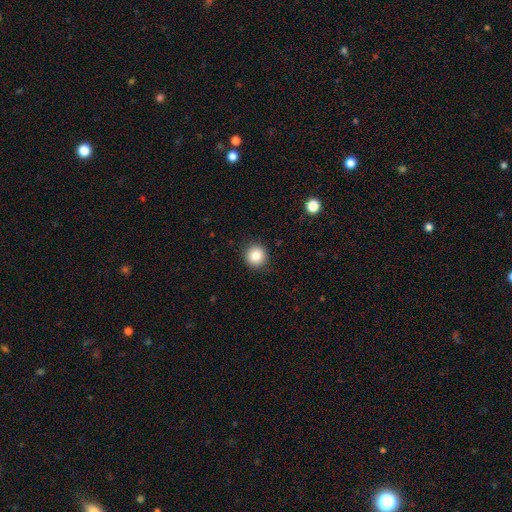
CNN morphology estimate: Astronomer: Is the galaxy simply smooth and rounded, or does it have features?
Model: smooth — 84%.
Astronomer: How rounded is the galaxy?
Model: round — 94%.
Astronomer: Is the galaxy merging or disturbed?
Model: none — 91%.